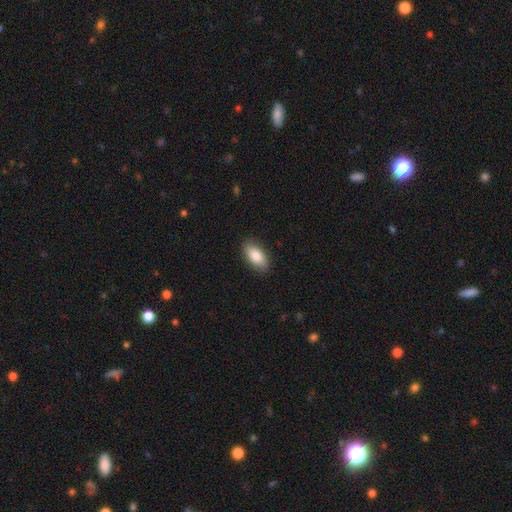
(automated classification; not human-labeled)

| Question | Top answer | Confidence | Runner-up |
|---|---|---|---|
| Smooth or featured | smooth | 85% | featured or disk (9%) |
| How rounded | in between | 90% | cigar-shaped (7%) |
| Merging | none | 88% | minor disturbance (9%) |